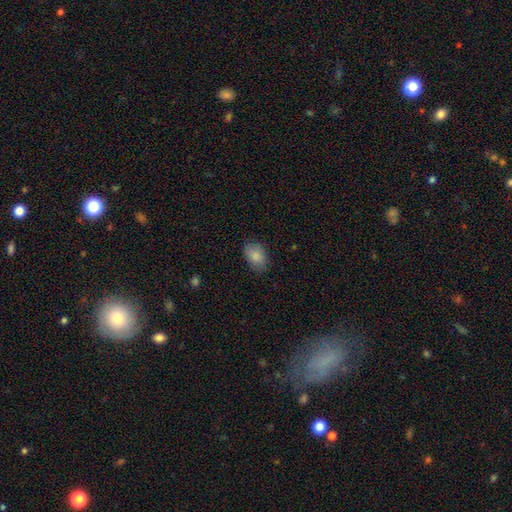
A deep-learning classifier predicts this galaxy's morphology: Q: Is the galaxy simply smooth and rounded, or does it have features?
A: smooth — 86%.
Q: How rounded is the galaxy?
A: in between — 83%.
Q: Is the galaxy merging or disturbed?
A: none — 80%.